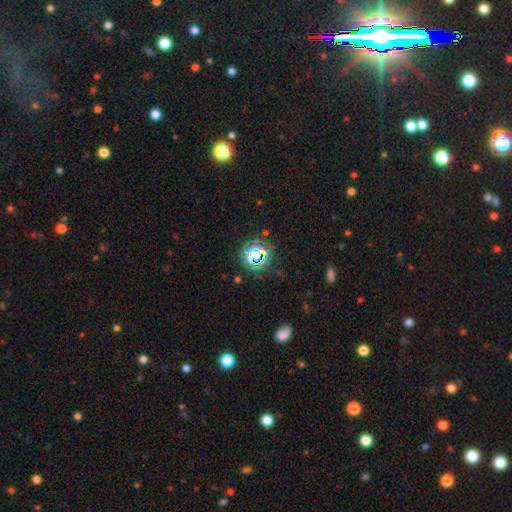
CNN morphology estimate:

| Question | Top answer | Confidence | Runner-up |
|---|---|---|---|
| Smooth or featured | star or artifact | 60% | smooth (30%) |